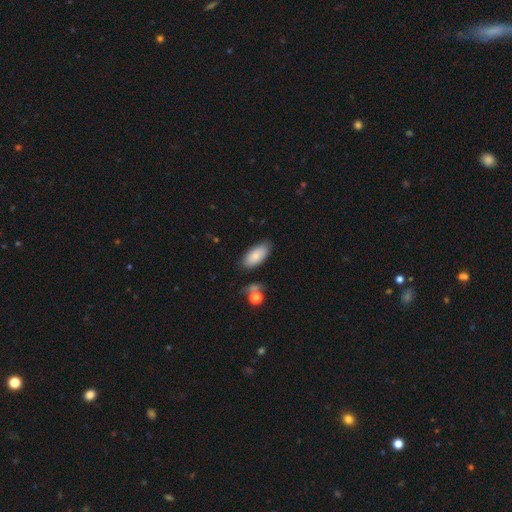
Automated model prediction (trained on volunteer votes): A smooth galaxy with no disk features (83%) that is in between round and cigar-shaped (90%). Merging: none (80%).